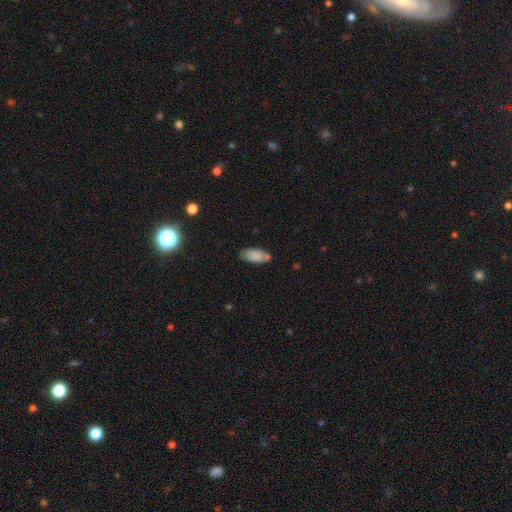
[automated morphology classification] type=smooth (81%); roundness=in between (87%); merging=none (70%).